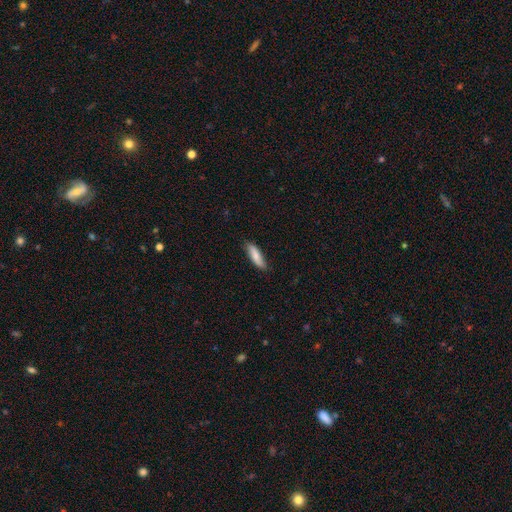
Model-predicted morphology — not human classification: Smooth or featured: smooth — 80% (featured or disk — 15%)
How rounded: cigar-shaped — 57% (in between — 41%)
Merging: none — 83% (minor disturbance — 14%)